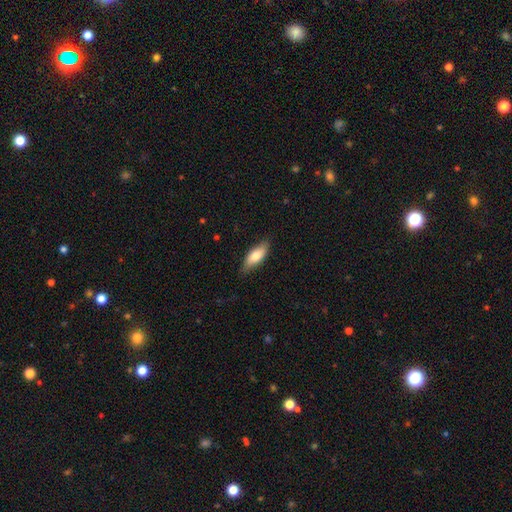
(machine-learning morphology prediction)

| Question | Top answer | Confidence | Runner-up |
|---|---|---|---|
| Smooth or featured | smooth | 74% | featured or disk (20%) |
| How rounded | in between | 74% | cigar-shaped (24%) |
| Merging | none | 78% | minor disturbance (18%) |